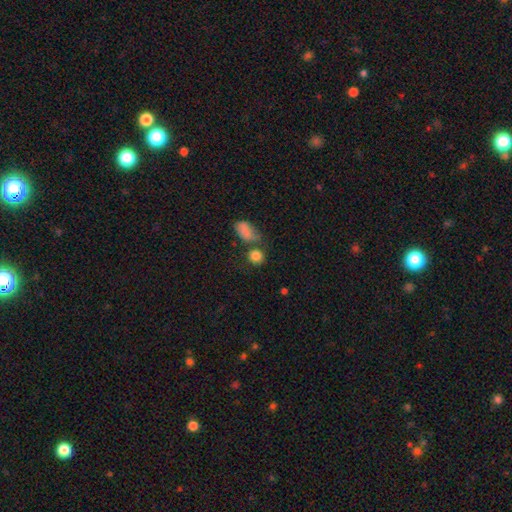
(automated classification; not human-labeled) Smooth or featured: smooth — 83% (star or artifact — 11%)
How rounded: round — 79% (in between — 19%)
Merging: none — 61% (merger — 22%)